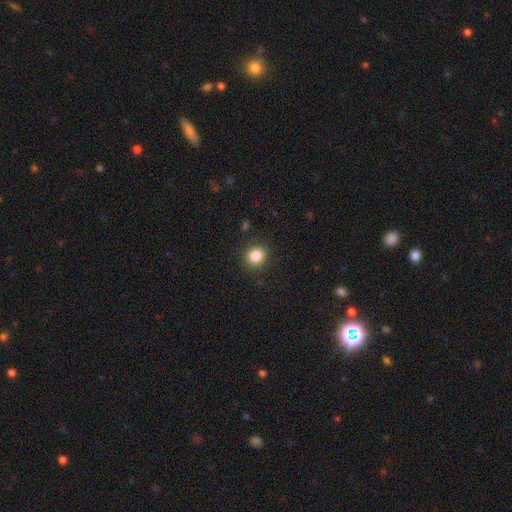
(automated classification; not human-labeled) smooth 85%, star or artifact 10%, featured or disk 4%. Down the decision tree: how rounded — round (78%); merging — none (88%).